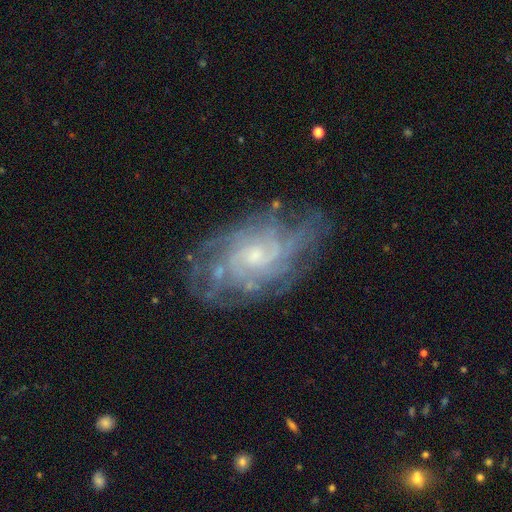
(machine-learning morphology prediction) A featured or disk galaxy (84%) with no bar (69%), tight (61%) spiral arms (92%) and a small central bulge (63%).

Vote fractions:
- Smooth or featured? featured or disk: 84% / smooth: 9% / star or artifact: 7%
- Edge-on disk? no: 96% / yes: 4%
- Bar? no: 69% / weak: 27% / strong: 4%
- Spiral arms? yes: 92% / no: 8%
- Spiral winding? tight: 61% / medium: 31% / loose: 9%
- Spiral arm count? can't tell: 45% / 4: 17% / more than 4: 11% / 3: 11% / 2: 10% / 1: 6%
- Bulge size? small: 63% / moderate: 30% / none: 4% / large: 2% / dominant: 1%
- Merging? none: 71% / minor disturbance: 18% / major disturbance: 9% / merger: 2%